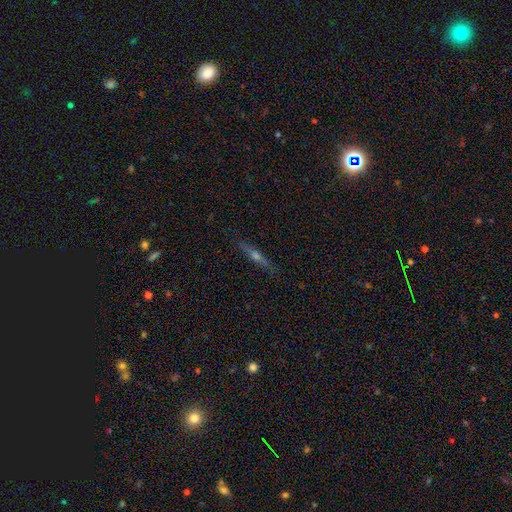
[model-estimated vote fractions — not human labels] Smooth or featured? featured or disk (67%)
Edge-on disk? yes (96%)
Edge-on bulge? rounded (88%)
Merging? none (88%)